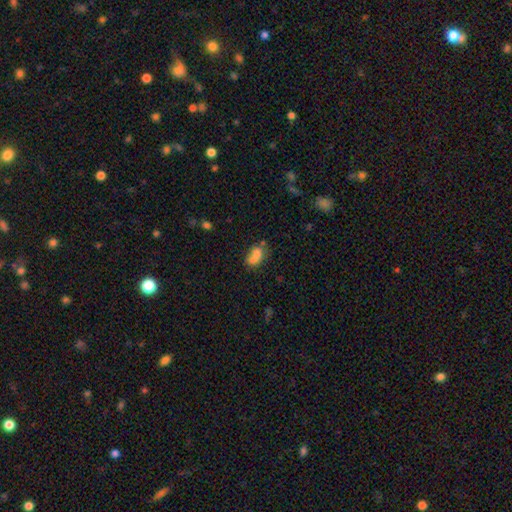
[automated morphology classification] Smooth or featured: smooth — 69% (featured or disk — 19%)
How rounded: in between — 67% (round — 30%)
Merging: merger — 53% (none — 29%)